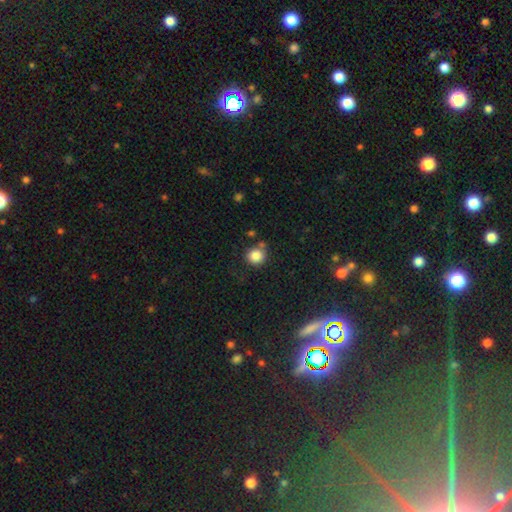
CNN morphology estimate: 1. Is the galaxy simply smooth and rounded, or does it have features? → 84% smooth, 10% star or artifact, 5% featured or disk.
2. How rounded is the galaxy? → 89% round, 10% in between, 1% cigar-shaped.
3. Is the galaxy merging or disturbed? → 74% none, 12% minor disturbance, 10% merger, 4% major disturbance.